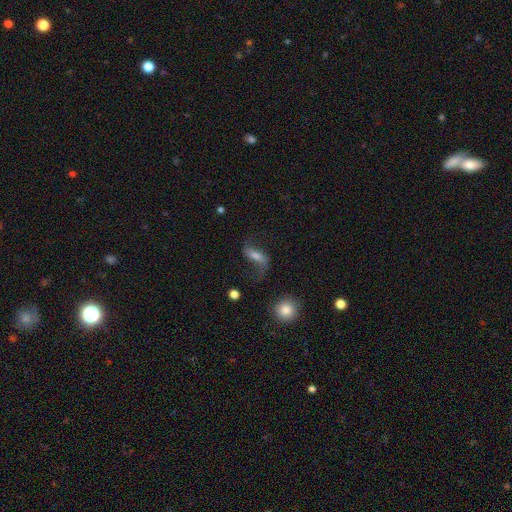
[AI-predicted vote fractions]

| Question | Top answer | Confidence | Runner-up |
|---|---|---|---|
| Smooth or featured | featured or disk | 64% | smooth (25%) |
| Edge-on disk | no | 90% | yes (10%) |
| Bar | weak | 41% | strong (32%) |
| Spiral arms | yes | 89% | no (11%) |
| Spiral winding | loose | 83% | medium (13%) |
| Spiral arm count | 2 | 87% | 1 (7%) |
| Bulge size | moderate | 42% | small (33%) |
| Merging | none | 59% | major disturbance (20%) |